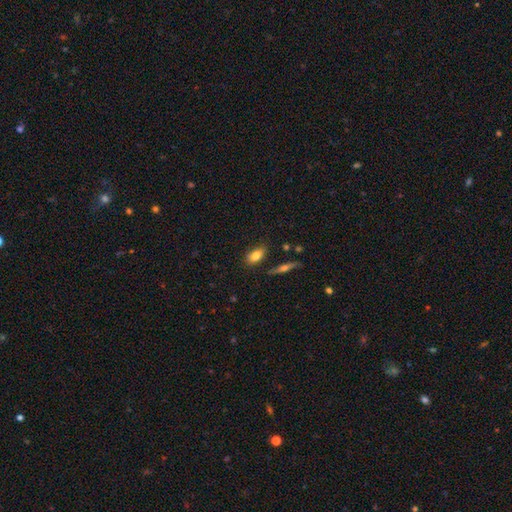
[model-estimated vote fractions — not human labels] Morphology: type=smooth (77%); roundness=in between (85%); merging=none (79%).